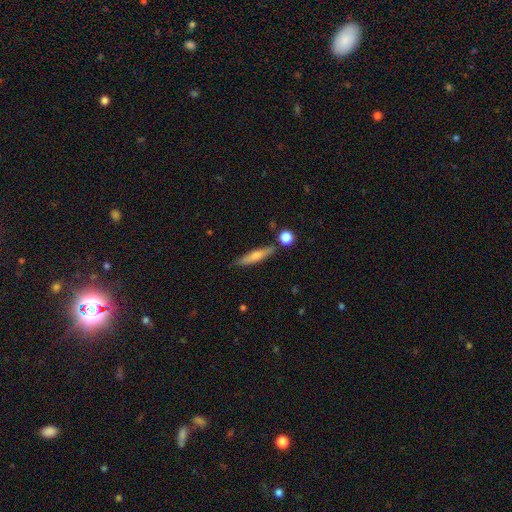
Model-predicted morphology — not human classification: Overall: smooth (59%; featured or disk 35%). How rounded: cigar-shaped (84%). Merging: none (79%).